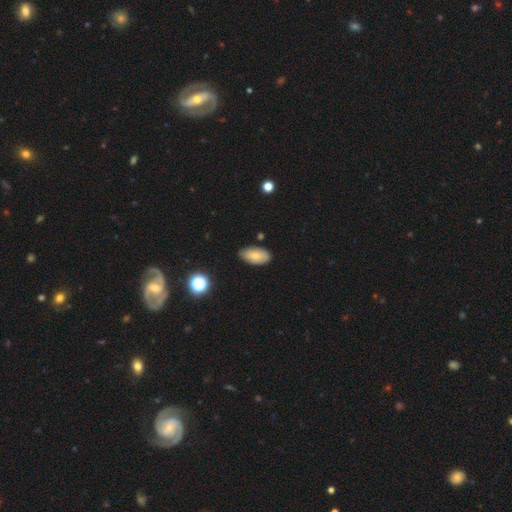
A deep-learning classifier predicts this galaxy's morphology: smooth 79%, featured or disk 13%, star or artifact 8%. Down the decision tree: how rounded — in between (94%); merging — none (81%).